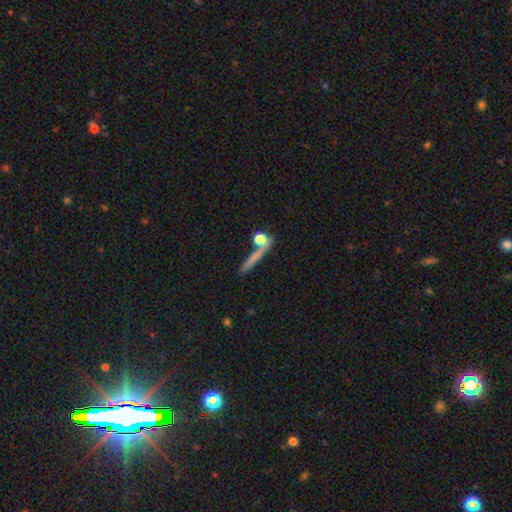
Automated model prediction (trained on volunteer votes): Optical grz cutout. It shows a smooth galaxy with no disk features (59%) that is cigar-shaped (71%). Merging: none (70%).